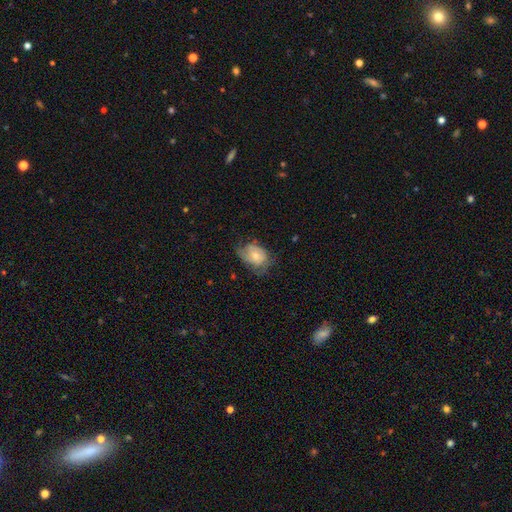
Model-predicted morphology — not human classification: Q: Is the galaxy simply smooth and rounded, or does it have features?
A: smooth — 52%.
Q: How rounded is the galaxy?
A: in between — 68%.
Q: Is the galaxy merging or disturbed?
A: none — 46%.